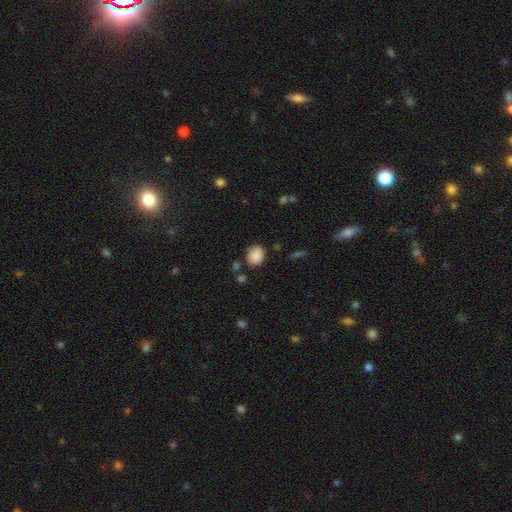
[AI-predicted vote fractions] Overall: smooth (88%). How rounded: round (50%; in between 49%). Merging: none (76%).